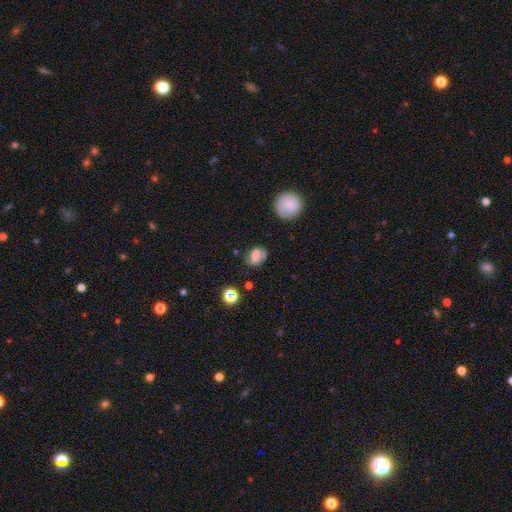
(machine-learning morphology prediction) smooth 66%, featured or disk 20%, star or artifact 14%. Down the decision tree: how rounded — in between (73%); merging — none (60%).